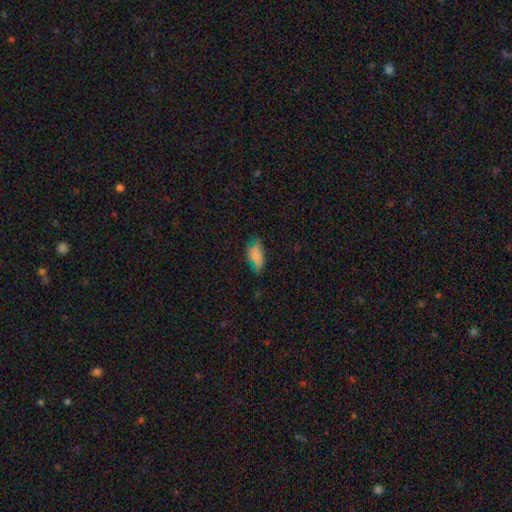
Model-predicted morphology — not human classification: smooth_or_featured: smooth (p=0.78) [alt: featured or disk p=0.13]
how_rounded: in between (p=0.88) [alt: cigar-shaped p=0.09]
merging: none (p=0.54) [alt: minor disturbance p=0.34]